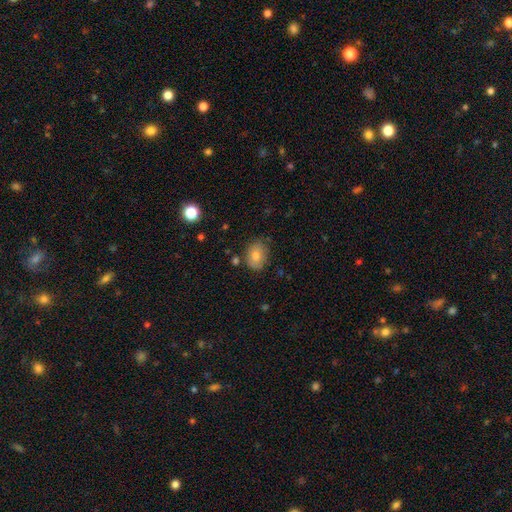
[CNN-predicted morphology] type=smooth (77%); roundness=in between (69%); merging=none (75%).